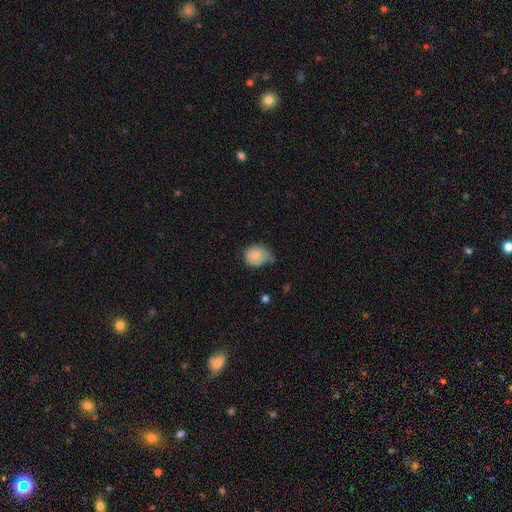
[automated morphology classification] This is likely a smooth galaxy (76%). How rounded: likely round (65%). Merging: marginally minor disturbance (43%).